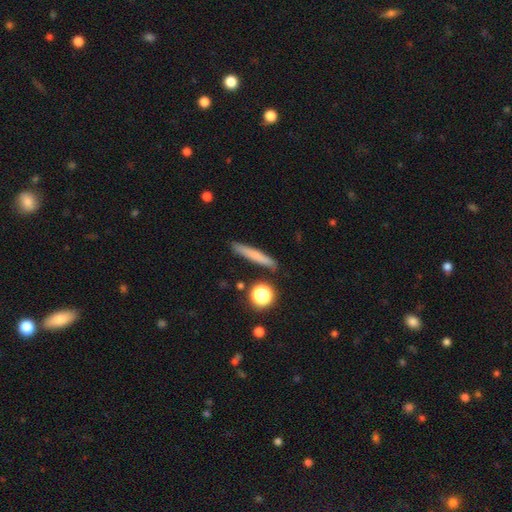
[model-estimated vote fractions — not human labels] A smooth galaxy with no disk features (67%) that is cigar-shaped (90%). Merging: none (88%).